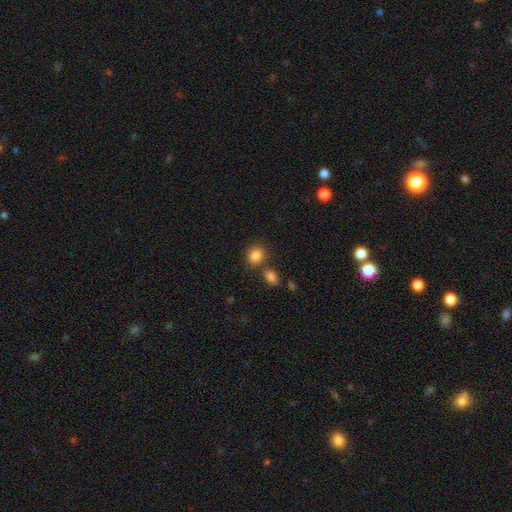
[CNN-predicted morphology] Q: Smooth or featured?
A: smooth (85%); runner-up: star or artifact (10%)
Q: How rounded?
A: round (71%); runner-up: in between (28%)
Q: Merging?
A: none (69%); runner-up: merger (17%)